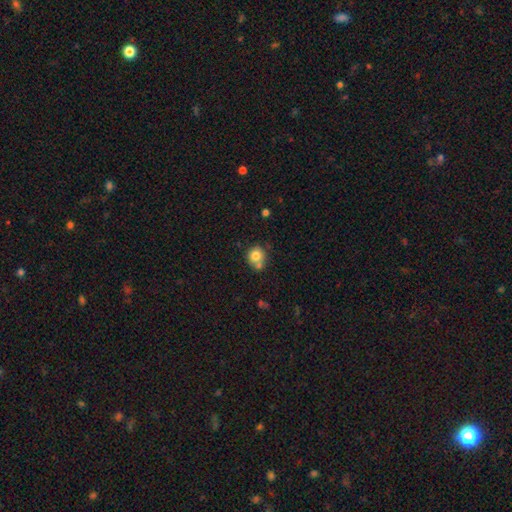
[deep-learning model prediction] This is likely a smooth galaxy (78%). How rounded: clearly round (84%). Merging: possibly none (54%).